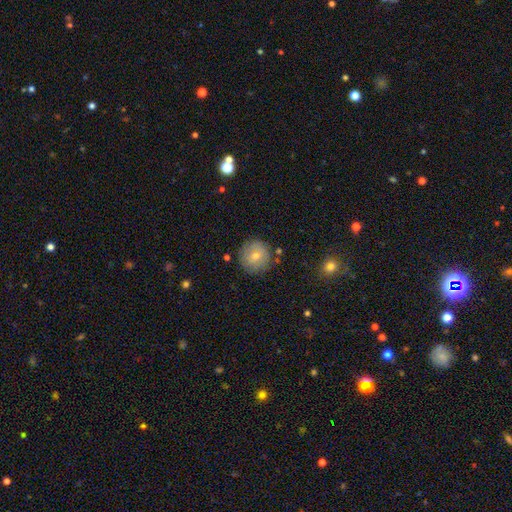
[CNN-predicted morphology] Overall: smooth (66%). How rounded: round (95%). Merging: none (86%).